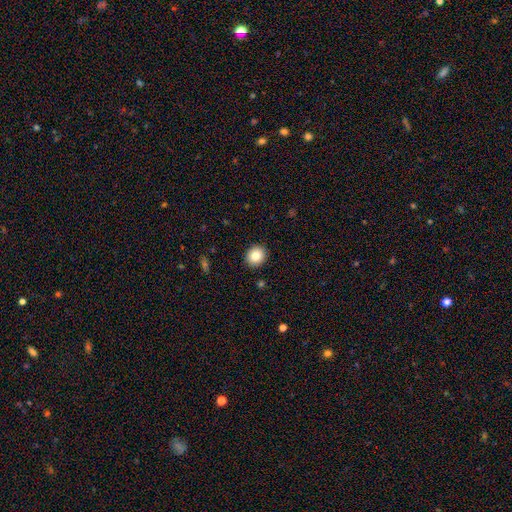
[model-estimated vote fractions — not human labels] The model was most divided on "how rounded": round: 72%, in between: 27%, cigar-shaped: 1%. More confident: merging — none (91%); smooth or featured — smooth (84%).